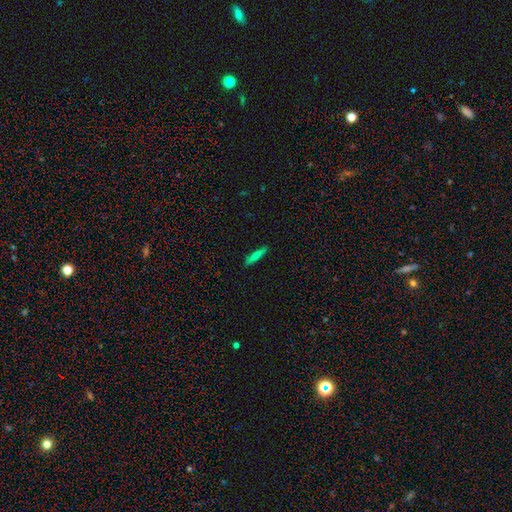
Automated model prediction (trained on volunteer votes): Smooth or featured: smooth — 69% (featured or disk — 23%)
How rounded: cigar-shaped — 85% (in between — 13%)
Merging: none — 89% (minor disturbance — 8%)